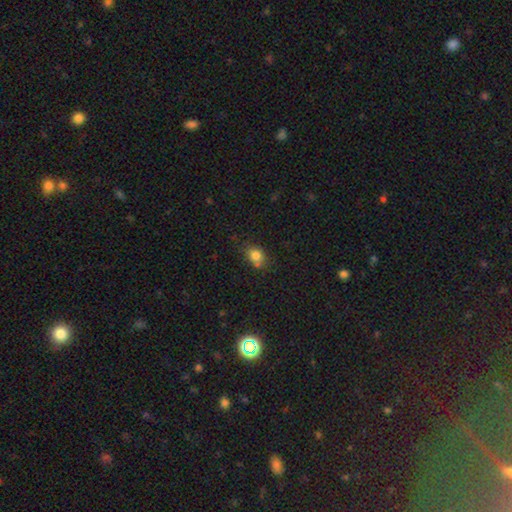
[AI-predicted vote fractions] Q: Smooth or featured?
A: smooth (80%); runner-up: star or artifact (12%)
Q: How rounded?
A: in between (49%); tied with: round (49%)
Q: Merging?
A: none (60%); runner-up: minor disturbance (20%)